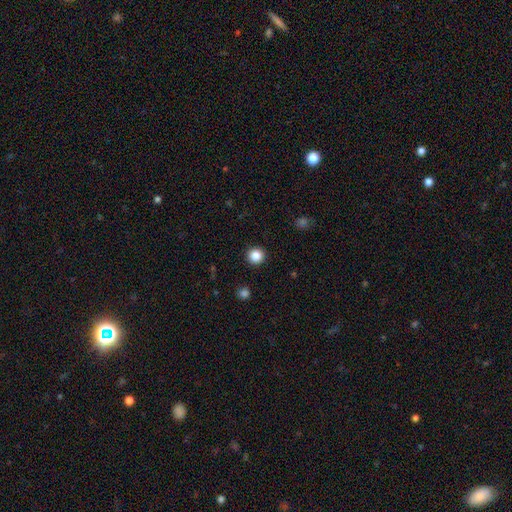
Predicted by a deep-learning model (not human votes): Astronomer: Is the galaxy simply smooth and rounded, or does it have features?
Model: smooth — 86%.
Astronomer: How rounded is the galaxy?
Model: round — 95%.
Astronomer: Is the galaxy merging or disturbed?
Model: none — 93%.